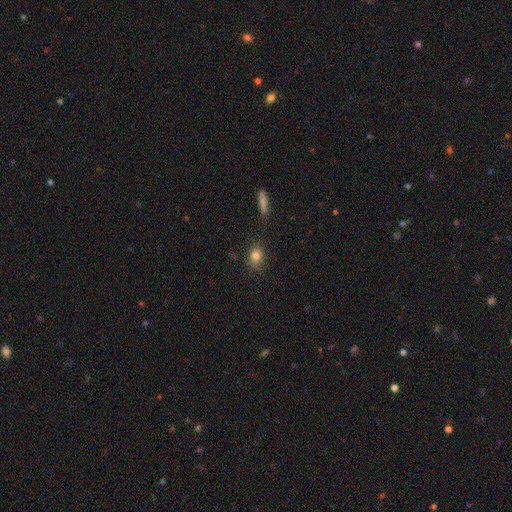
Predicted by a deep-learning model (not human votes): smooth 81%, star or artifact 11%, featured or disk 8%. Down the decision tree: how rounded — round (53%); merging — none (82%).